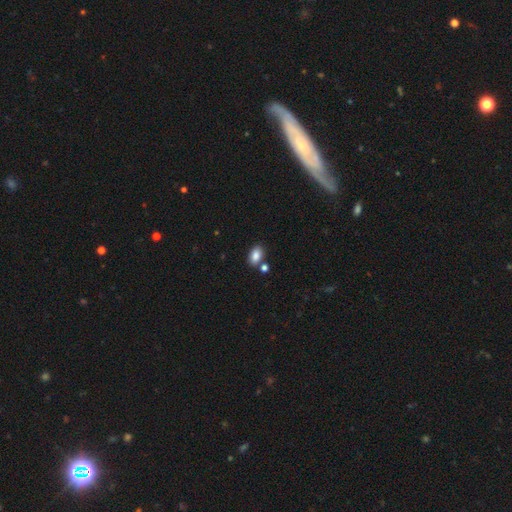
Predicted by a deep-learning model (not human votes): Overall: smooth (85%). How rounded: in between (87%). Merging: none (72%).